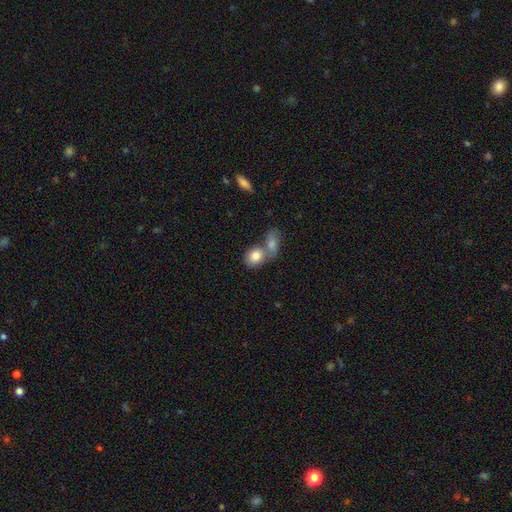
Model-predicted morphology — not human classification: This appears to be a smooth galaxy with no disk features (83%) that is in between round and cigar-shaped (62%). Merging: merger (58%).